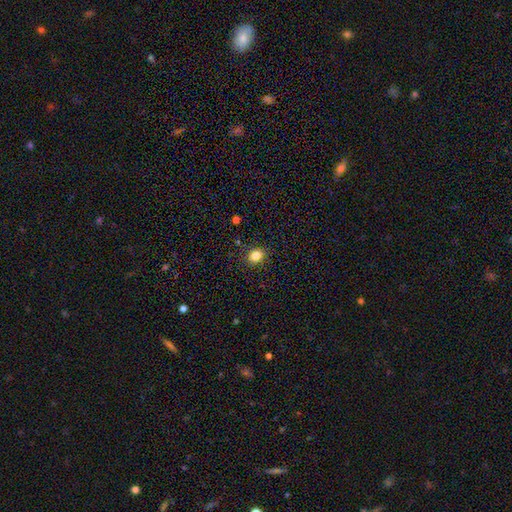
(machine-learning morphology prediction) smooth-or-featured: smooth: 83% | star or artifact: 12% | featured or disk: 6%
  how-rounded: round: 54% | in between: 45% | cigar-shaped: 1%
  merging: none: 87% | minor disturbance: 9% | major disturbance: 2% | merger: 1%